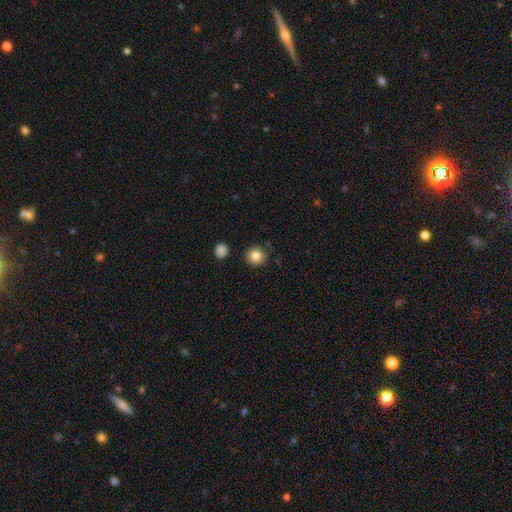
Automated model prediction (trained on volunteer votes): Smooth or featured?
  - smooth: 84% *
  - star or artifact: 10%
  - featured or disk: 6%
How rounded?
  - round: 93% *
  - in between: 6%
  - cigar-shaped: 1%
Merging?
  - none: 88% *
  - minor disturbance: 7%
  - merger: 3%
  - major disturbance: 2%